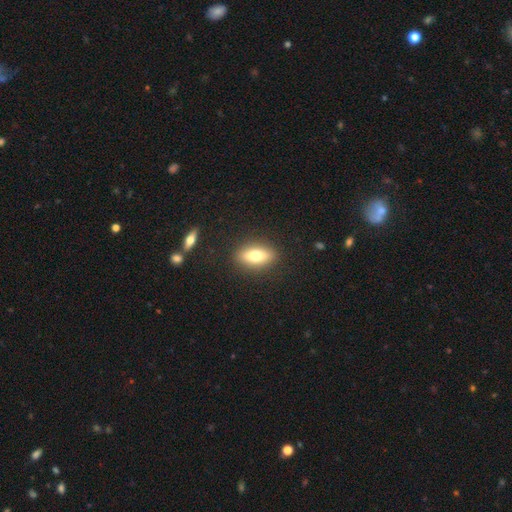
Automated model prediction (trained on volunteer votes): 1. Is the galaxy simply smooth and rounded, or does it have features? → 70% smooth, 22% featured or disk, 7% star or artifact.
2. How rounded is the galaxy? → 76% in between, 19% cigar-shaped, 5% round.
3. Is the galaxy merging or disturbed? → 87% none, 8% minor disturbance, 3% major disturbance, 2% merger.